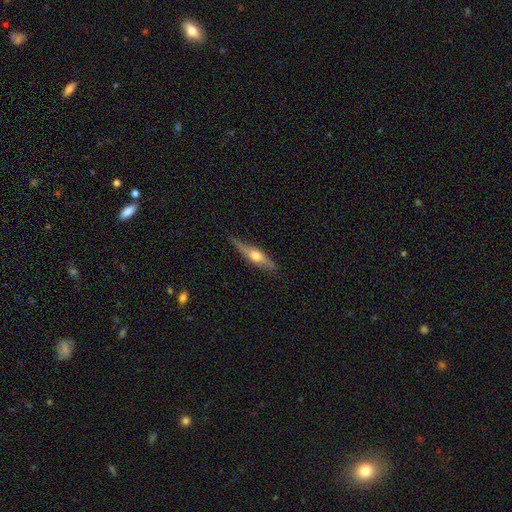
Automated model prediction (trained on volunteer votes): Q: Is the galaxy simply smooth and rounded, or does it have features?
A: featured or disk — 56%.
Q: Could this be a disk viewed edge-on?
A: yes — 87%.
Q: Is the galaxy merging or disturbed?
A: none — 76%.